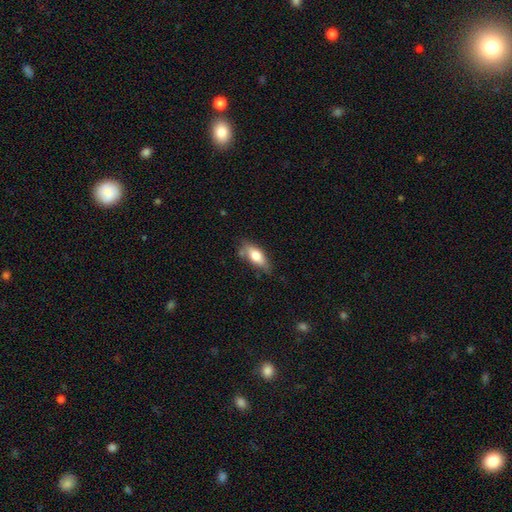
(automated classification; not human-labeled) Morphology: type=smooth (72%); roundness=in between (76%); merging=none (63%).